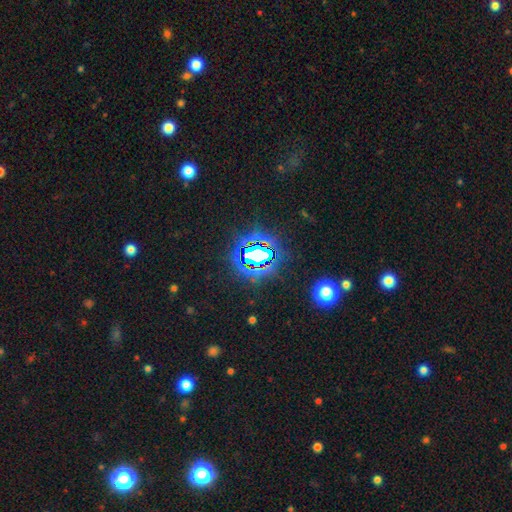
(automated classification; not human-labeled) Q: Smooth or featured?
A: star or artifact (78%); runner-up: smooth (12%)